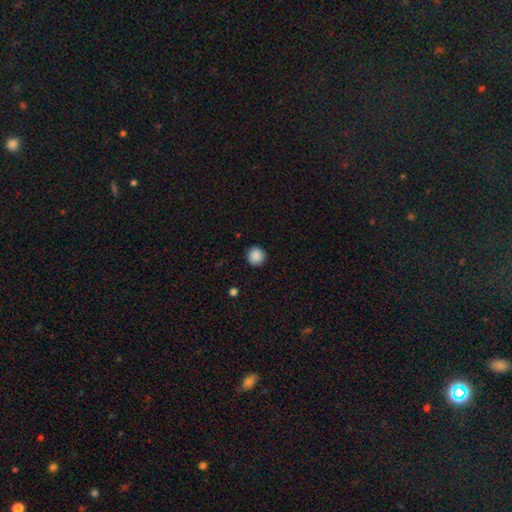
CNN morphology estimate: A smooth galaxy with no disk features (88%) that is round (95%). Merging: none (92%).